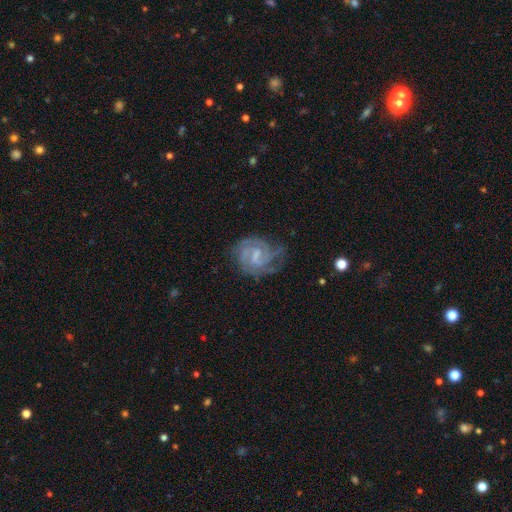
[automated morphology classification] type=featured or disk (84%); edge-on=no (98%); bar=weak (60%); spiral arms=yes (96%); winding=tight (50%); arm count=2 (52%); bulge=small (42%); merging=none (67%).